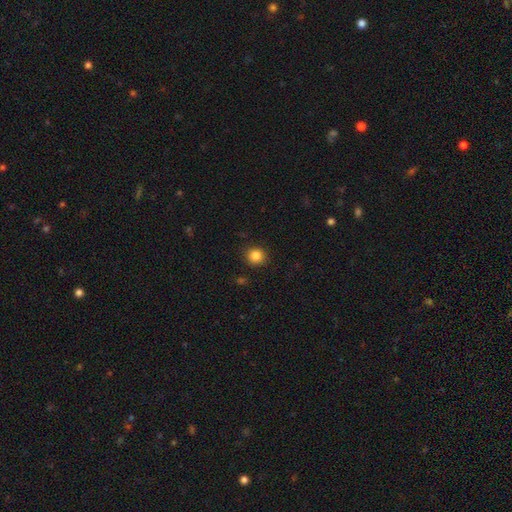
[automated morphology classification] Smooth or featured?
  - smooth: 85% *
  - star or artifact: 11%
  - featured or disk: 4%
How rounded?
  - round: 91% *
  - in between: 8%
  - cigar-shaped: 1%
Merging?
  - none: 91% *
  - minor disturbance: 6%
  - major disturbance: 2%
  - merger: 1%